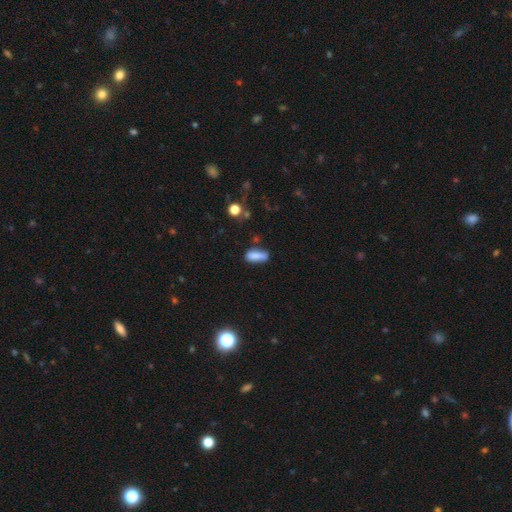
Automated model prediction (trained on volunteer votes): This appears to be a smooth galaxy with no disk features (82%) that is in between round and cigar-shaped (64%). Merging: none (62%).